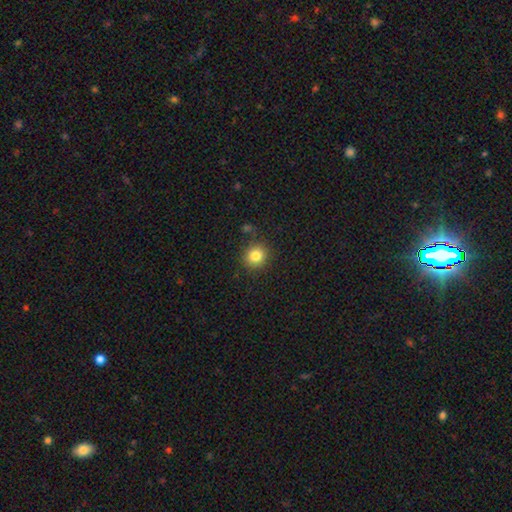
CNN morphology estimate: This is clearly a smooth galaxy (82%). How rounded: clearly round (90%). Merging: clearly none (87%).